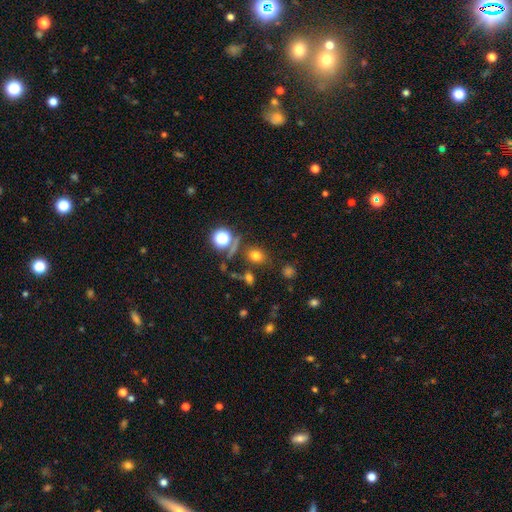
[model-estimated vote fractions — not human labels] smooth-or-featured: smooth: 69% | star or artifact: 22% | featured or disk: 9%
  how-rounded: round: 64% | in between: 34% | cigar-shaped: 2%
  merging: none: 76% | minor disturbance: 11% | merger: 8% | major disturbance: 5%